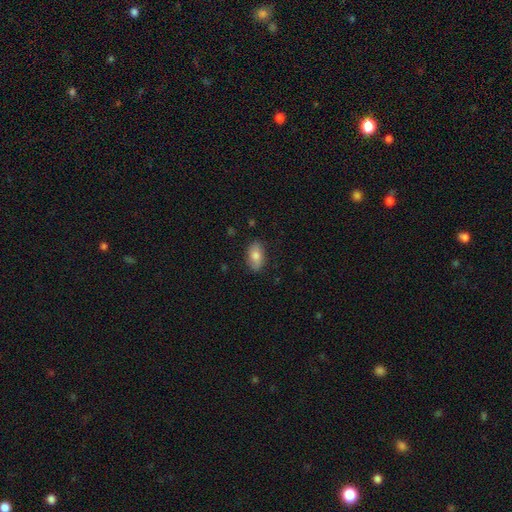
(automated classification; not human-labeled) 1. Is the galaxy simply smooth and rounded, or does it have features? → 80% smooth, 13% featured or disk, 7% star or artifact.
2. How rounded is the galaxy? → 91% in between, 6% round, 2% cigar-shaped.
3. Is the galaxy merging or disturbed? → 86% none, 11% minor disturbance, 2% major disturbance, 1% merger.